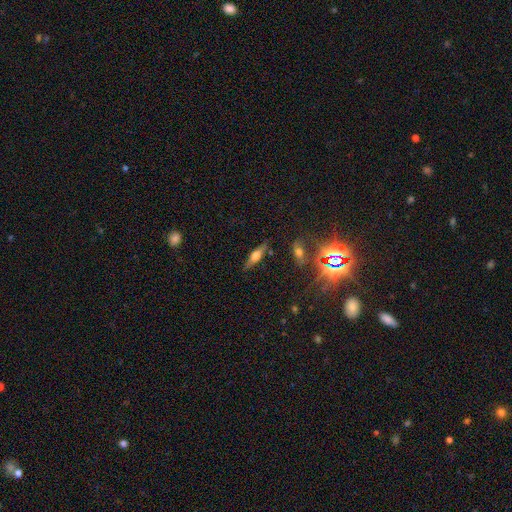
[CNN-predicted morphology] Smooth or featured? Predicted: featured or disk (p=0.48). Merging? Predicted: none (p=0.82).